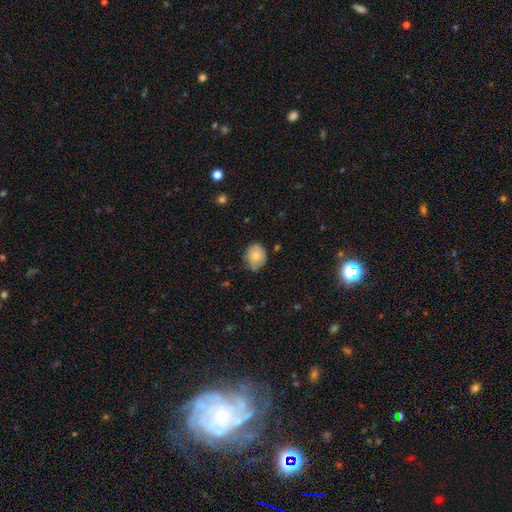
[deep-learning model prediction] Q: Smooth or featured?
A: smooth (77%); runner-up: featured or disk (16%)
Q: How rounded?
A: round (52%); runner-up: in between (47%)
Q: Merging?
A: none (63%); runner-up: minor disturbance (30%)